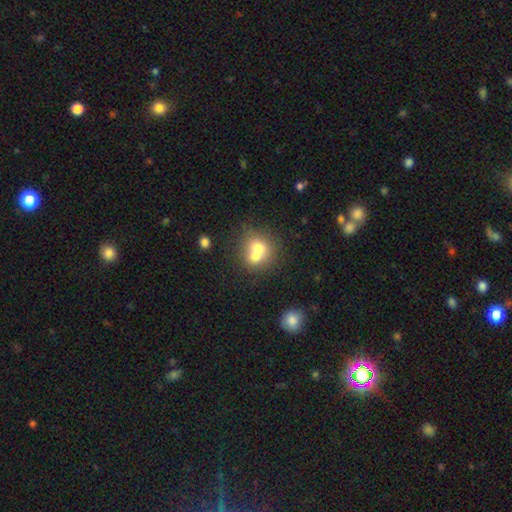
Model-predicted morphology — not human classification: smooth-or-featured: smooth: 67% | featured or disk: 23% | star or artifact: 10%
  how-rounded: round: 75% | in between: 24% | cigar-shaped: 1%
  merging: merger: 63% | none: 28% | minor disturbance: 6% | major disturbance: 3%